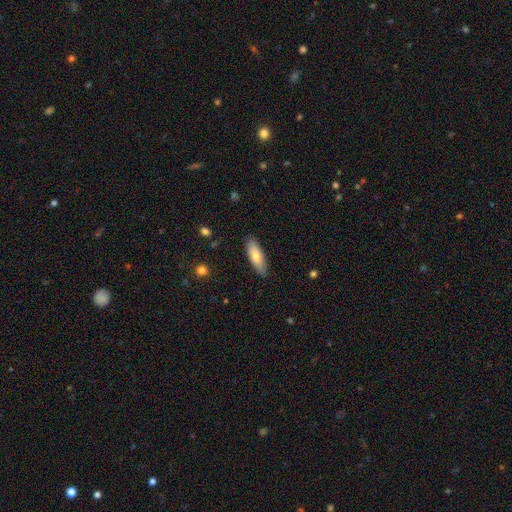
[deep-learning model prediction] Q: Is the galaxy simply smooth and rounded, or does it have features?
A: smooth — 72%.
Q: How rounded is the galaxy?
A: in between — 60%.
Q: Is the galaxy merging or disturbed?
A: none — 86%.